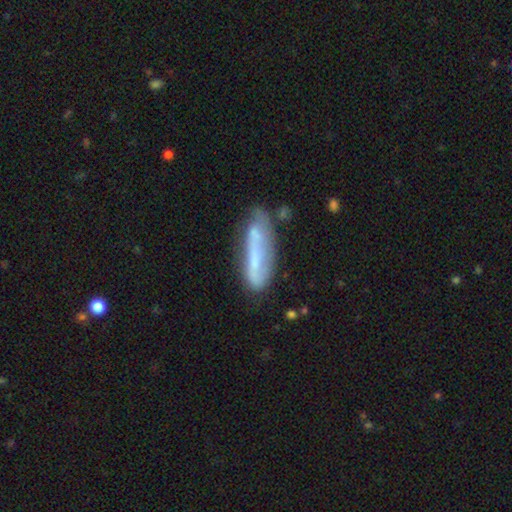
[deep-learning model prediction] This is possibly a featured or disk galaxy (47%). Merging: possibly none (52%).